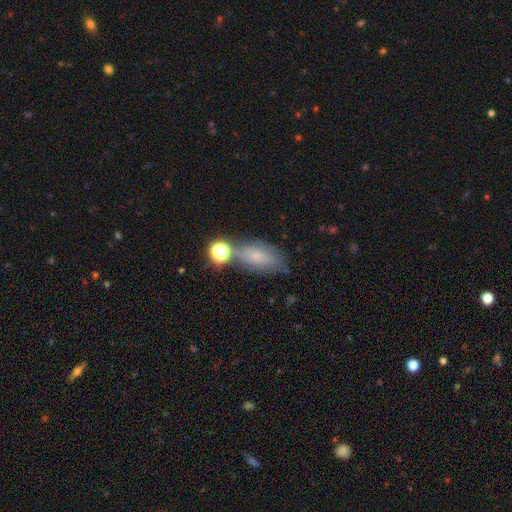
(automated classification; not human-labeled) Smooth or featured: smooth — 64% (featured or disk — 19%)
How rounded: in between — 80% (round — 11%)
Merging: none — 58% (minor disturbance — 19%)